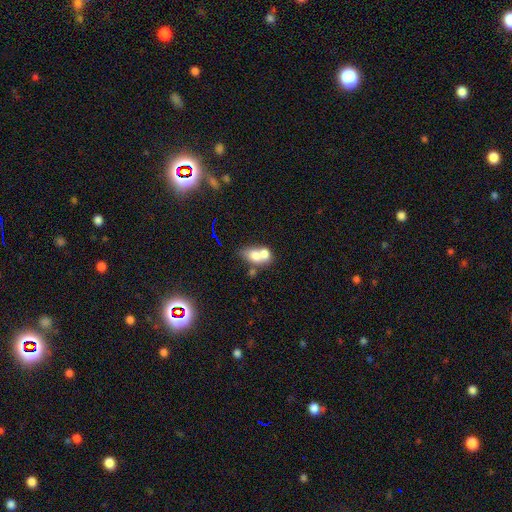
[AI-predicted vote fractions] Smooth or featured?
  - smooth: 67% *
  - featured or disk: 22%
  - star or artifact: 11%
How rounded?
  - in between: 66% *
  - round: 31%
  - cigar-shaped: 3%
Merging?
  - merger: 65% *
  - none: 23%
  - minor disturbance: 8%
  - major disturbance: 5%